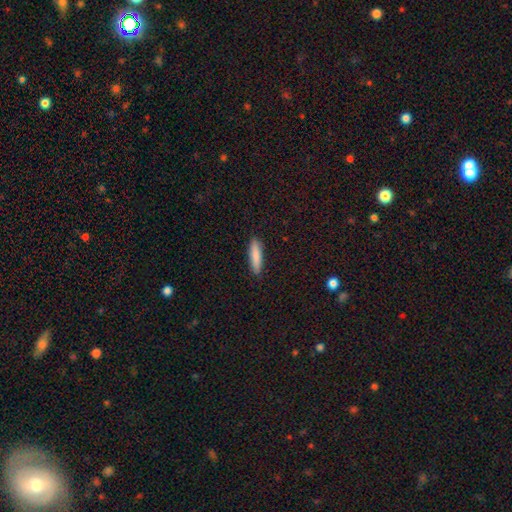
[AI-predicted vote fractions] A smooth galaxy with no disk features (85%) that is cigar-shaped (78%). Merging: none (90%).